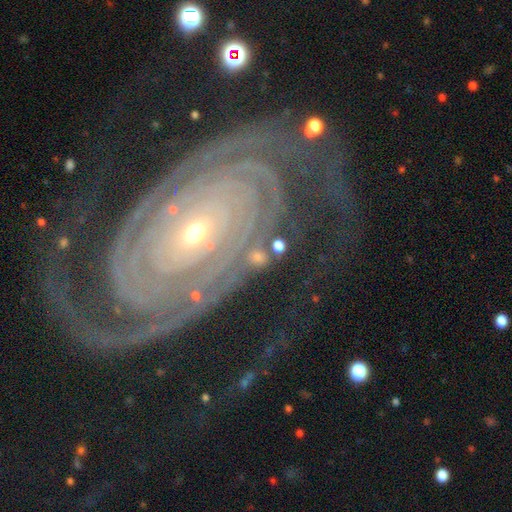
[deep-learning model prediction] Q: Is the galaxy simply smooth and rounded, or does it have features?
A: featured or disk — 72%.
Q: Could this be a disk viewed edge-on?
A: no — 93%.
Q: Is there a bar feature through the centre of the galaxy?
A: no — 67%.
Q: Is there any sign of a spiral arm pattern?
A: yes — 90%.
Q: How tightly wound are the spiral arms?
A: tight — 81%.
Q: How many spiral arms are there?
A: can't tell — 27%.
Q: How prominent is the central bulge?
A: small — 49%.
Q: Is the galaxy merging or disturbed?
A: none — 74%.